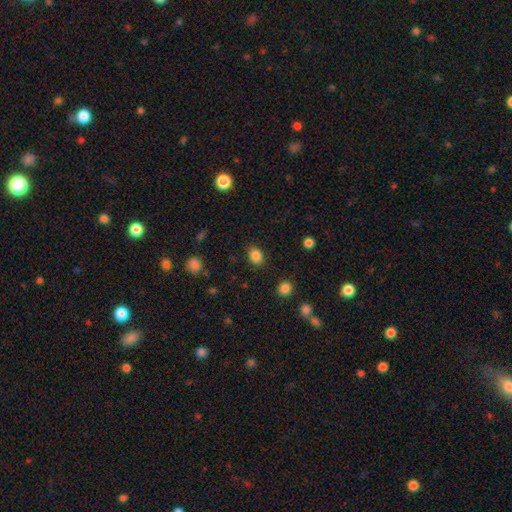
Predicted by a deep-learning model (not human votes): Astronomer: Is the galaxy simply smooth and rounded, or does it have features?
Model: smooth — 85%.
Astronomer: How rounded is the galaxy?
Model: round — 52% (runner-up: in between, 47%).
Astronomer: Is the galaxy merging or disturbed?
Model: none — 87%.